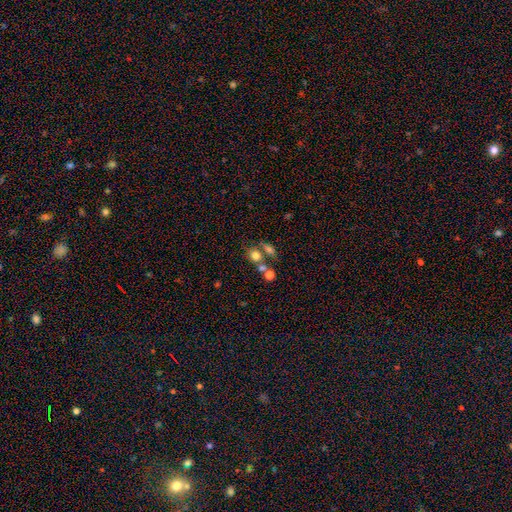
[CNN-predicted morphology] Smooth or featured?
  - smooth: 72% *
  - featured or disk: 15%
  - star or artifact: 14%
How rounded?
  - round: 57% *
  - in between: 41%
  - cigar-shaped: 2%
Merging?
  - none: 43% *
  - merger: 39%
  - minor disturbance: 11%
  - major disturbance: 7%